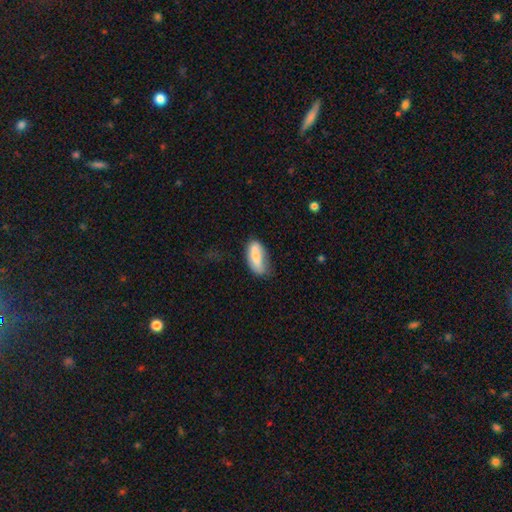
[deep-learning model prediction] Smooth or featured? smooth (78%)
How rounded? in between (78%)
Merging? none (56%)